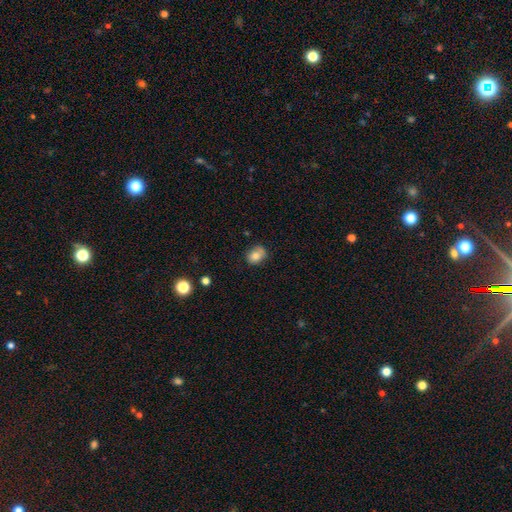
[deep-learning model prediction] smooth-or-featured: smooth: 77% | featured or disk: 14% | star or artifact: 10%
  how-rounded: in between: 52% | round: 47% | cigar-shaped: 1%
  merging: none: 59% | minor disturbance: 28% | major disturbance: 8% | merger: 5%